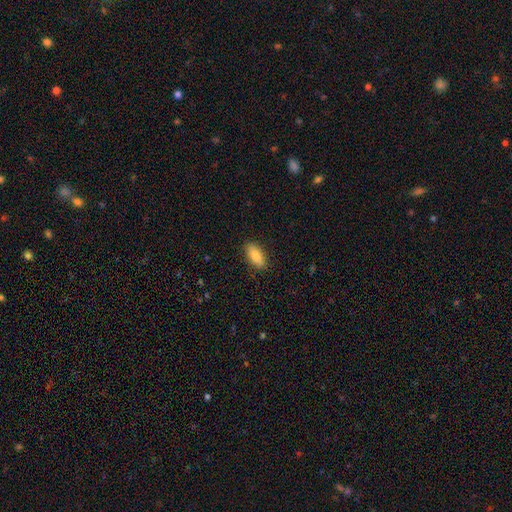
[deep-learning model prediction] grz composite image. It shows a smooth galaxy with no disk features (85%) that is in between round and cigar-shaped (80%). Merging: none (87%).